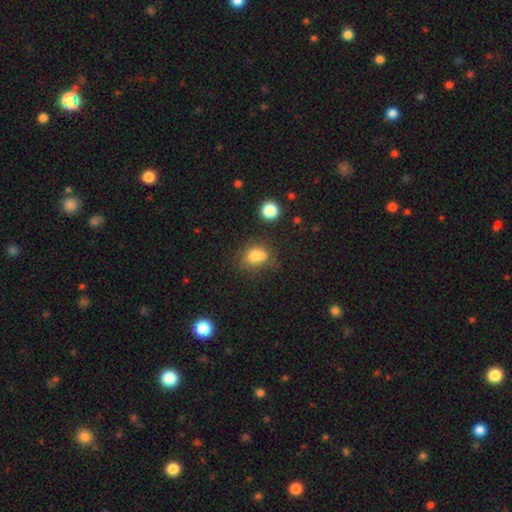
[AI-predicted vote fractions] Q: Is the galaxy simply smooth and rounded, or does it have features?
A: smooth — 74%.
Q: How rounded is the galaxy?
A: in between — 57%.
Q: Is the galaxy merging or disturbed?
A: none — 41%.